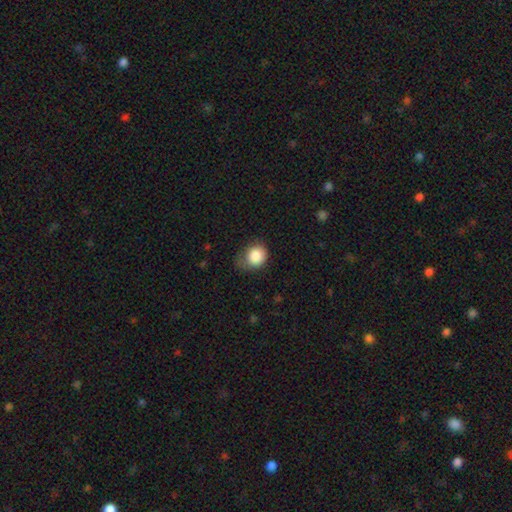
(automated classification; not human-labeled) Smooth or featured? Predicted: smooth (p=0.86). How rounded? Predicted: round (p=0.65). Merging? Predicted: none (p=0.46).